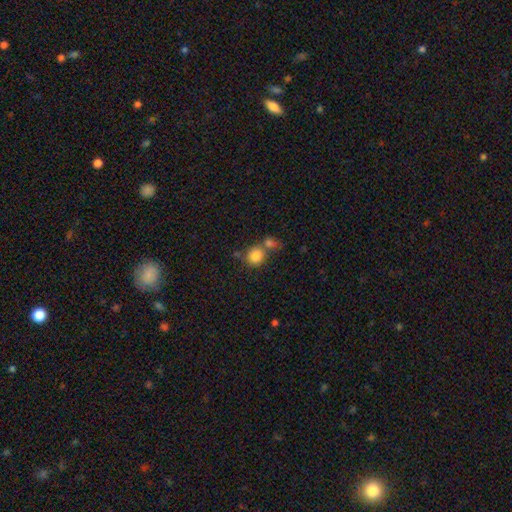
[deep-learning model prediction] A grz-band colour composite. It shows a smooth galaxy with no disk features (82%) that is round (84%). Merging: none (52%).